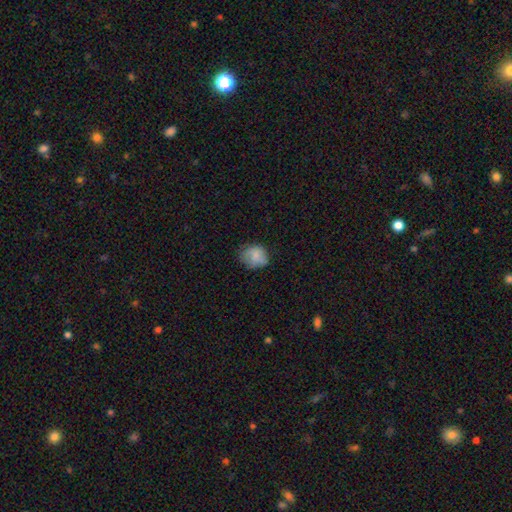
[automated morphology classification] Smooth or featured? smooth (77%)
How rounded? round (63%)
Merging? none (63%)